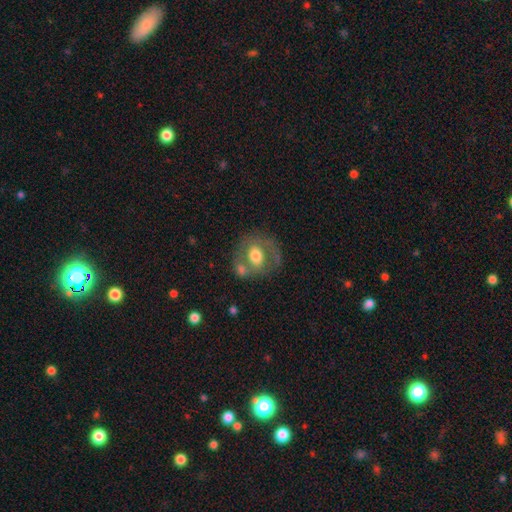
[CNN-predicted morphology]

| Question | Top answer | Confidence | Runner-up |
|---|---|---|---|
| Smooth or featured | smooth | 48% | featured or disk (45%) |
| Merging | none | 51% | merger (22%) |